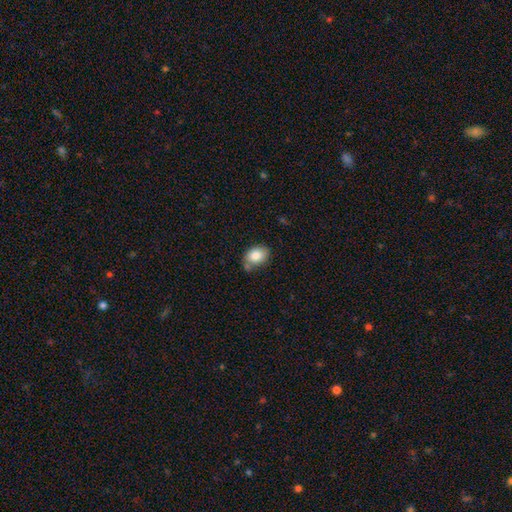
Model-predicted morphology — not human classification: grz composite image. It shows a smooth galaxy with no disk features (83%) that is in between round and cigar-shaped (75%). Merging: none (64%).